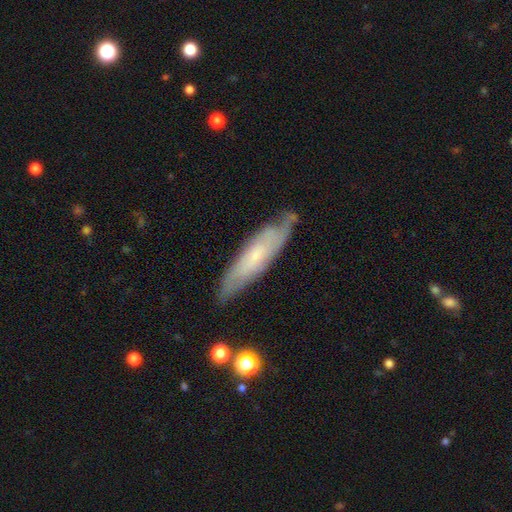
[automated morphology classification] Overall: featured or disk (59%; smooth 34%). Edge-on disk: no (61%; yes 39%). Merging: none (74%).